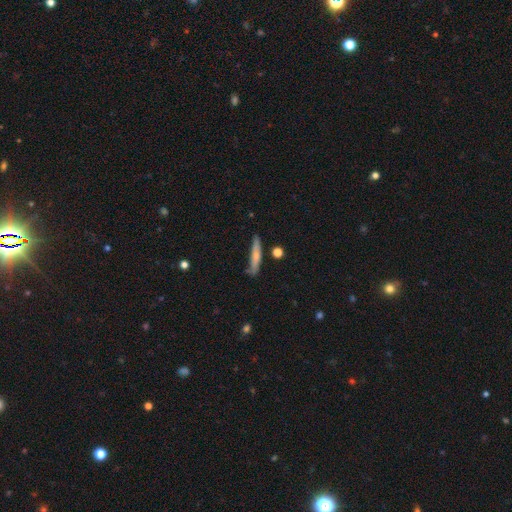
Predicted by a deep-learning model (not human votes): A smooth galaxy with no disk features (64%) that is cigar-shaped (88%).

Vote fractions:
- Smooth or featured? smooth: 64% / featured or disk: 30% / star or artifact: 6%
- How rounded? cigar-shaped: 88% / in between: 10% / round: 2%
- Merging? none: 72% / minor disturbance: 19% / merger: 5% / major disturbance: 4%